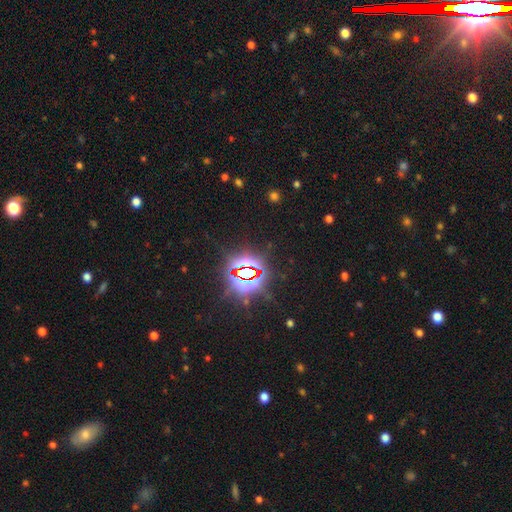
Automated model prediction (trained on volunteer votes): Smooth or featured? star or artifact (85%)